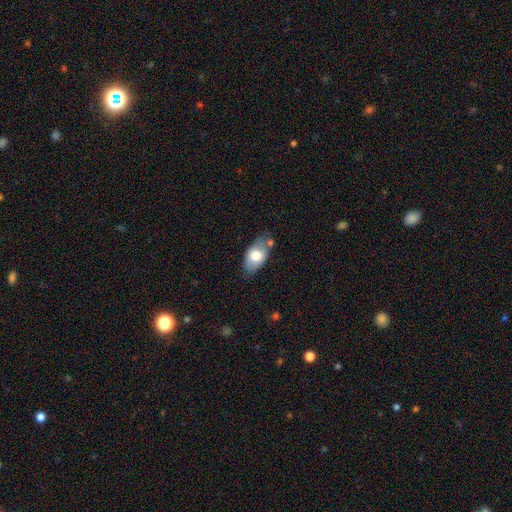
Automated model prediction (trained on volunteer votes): The model was most divided on "merging": none: 66%, minor disturbance: 22%, merger: 7%, major disturbance: 5%. More confident: how rounded — in between (92%); smooth or featured — smooth (71%).